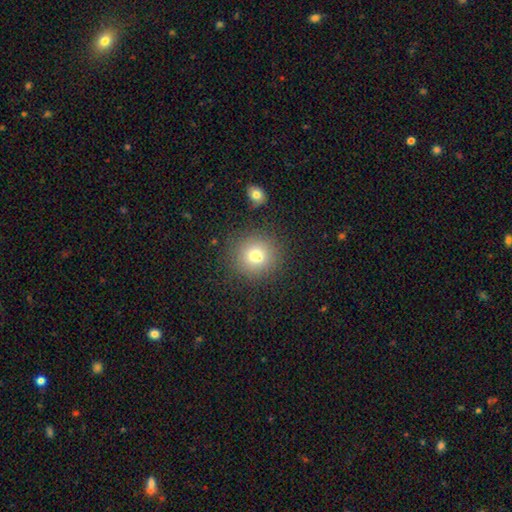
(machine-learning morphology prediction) A smooth galaxy with no disk features (74%) that is round (90%). Merging: none (74%).